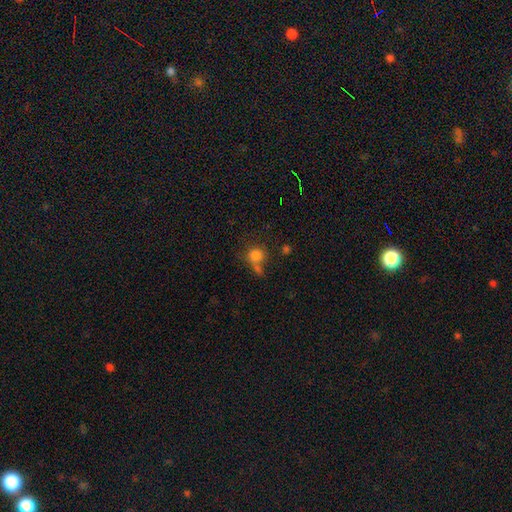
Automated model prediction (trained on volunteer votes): Q: Smooth or featured?
A: smooth (80%); runner-up: star or artifact (12%)
Q: How rounded?
A: round (84%); runner-up: in between (15%)
Q: Merging?
A: none (49%); runner-up: merger (29%)